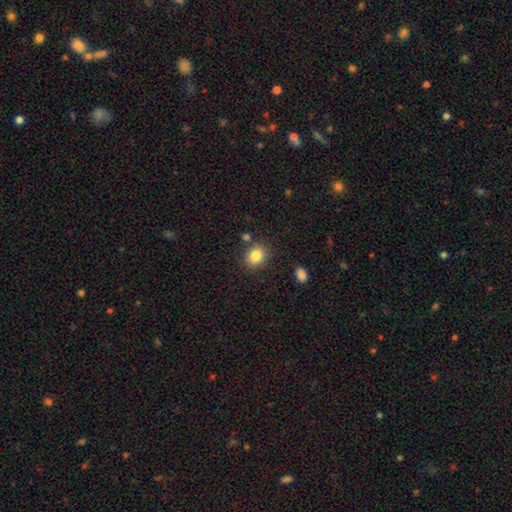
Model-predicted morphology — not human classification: smooth 84%, star or artifact 9%, featured or disk 6%. Down the decision tree: how rounded — round (52%); merging — none (81%).